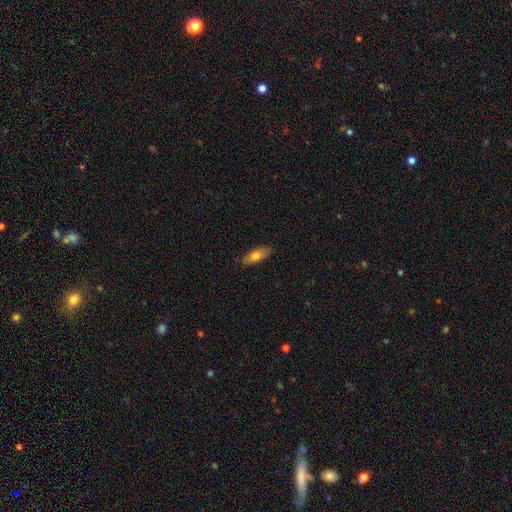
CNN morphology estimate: type=smooth (74%); roundness=in between (77%); merging=none (87%).